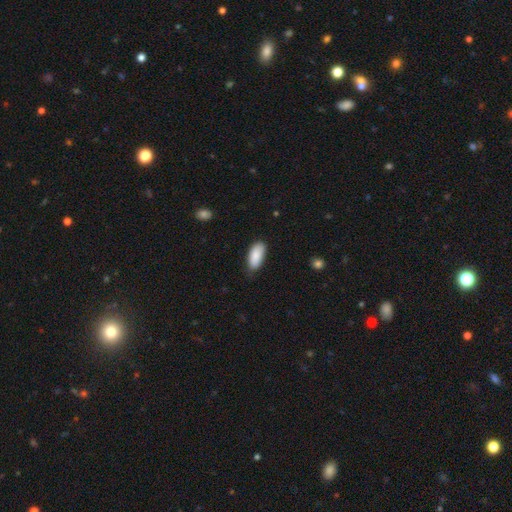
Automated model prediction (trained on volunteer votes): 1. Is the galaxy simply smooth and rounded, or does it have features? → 89% smooth, 6% star or artifact, 5% featured or disk.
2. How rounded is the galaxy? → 89% in between, 9% cigar-shaped, 2% round.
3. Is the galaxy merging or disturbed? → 76% none, 20% minor disturbance, 3% major disturbance, 1% merger.